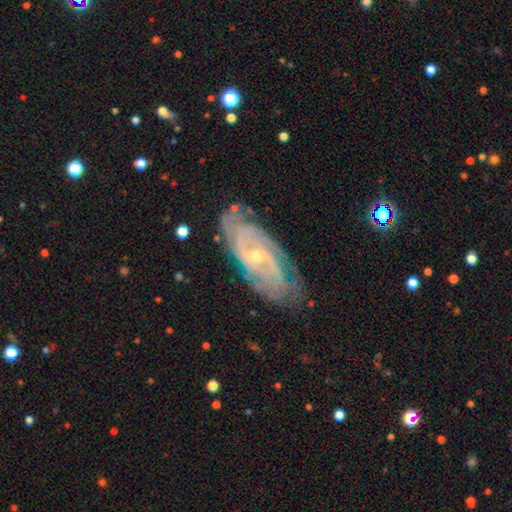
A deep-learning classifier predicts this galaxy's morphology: smooth_or_featured: featured or disk (p=0.87) [alt: smooth p=0.07]
disk_edge_on: no (p=0.93) [alt: yes p=0.07]
bar: weak (p=0.43) [alt: no p=0.42]
has_spiral_arms: yes (p=0.96) [alt: no p=0.04]
spiral_winding: tight (p=0.54) [alt: medium p=0.36]
spiral_arm_count: 2 (p=0.34) [alt: can't tell p=0.29]
bulge_size: small (p=0.78) [alt: moderate p=0.19]
merging: none (p=0.75) [alt: minor disturbance p=0.19]